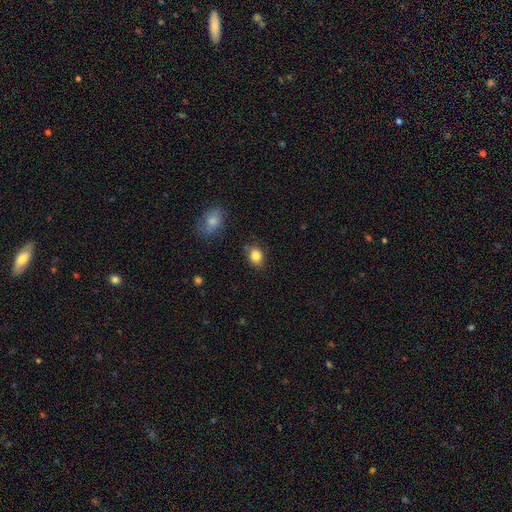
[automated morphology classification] Overall: smooth (84%). How rounded: in between (50%; round 49%). Merging: none (81%).